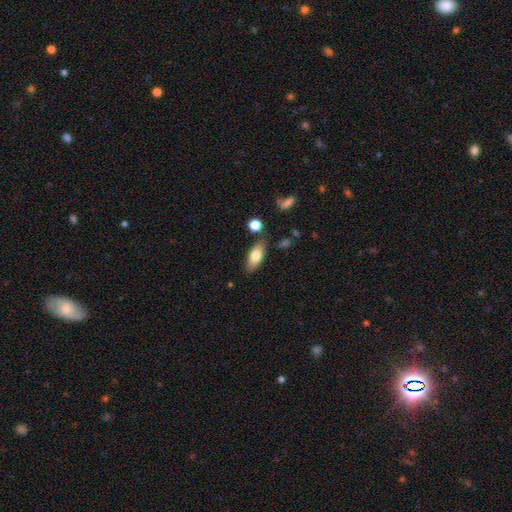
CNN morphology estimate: smooth-or-featured: smooth: 73% | featured or disk: 20% | star or artifact: 7%
  how-rounded: in between: 78% | cigar-shaped: 18% | round: 3%
  merging: none: 79% | minor disturbance: 13% | merger: 5% | major disturbance: 3%